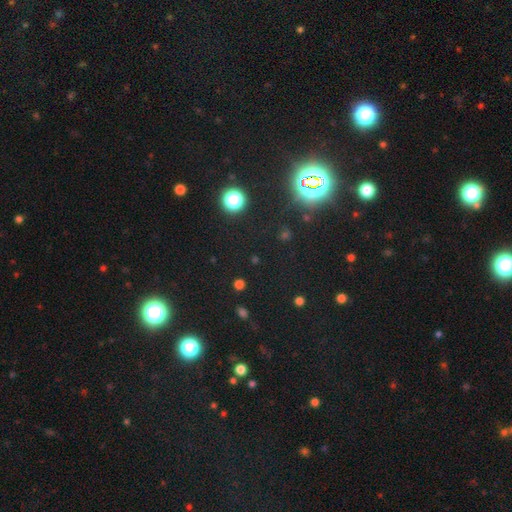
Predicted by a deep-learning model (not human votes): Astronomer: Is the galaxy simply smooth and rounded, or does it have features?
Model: star or artifact — 77%.